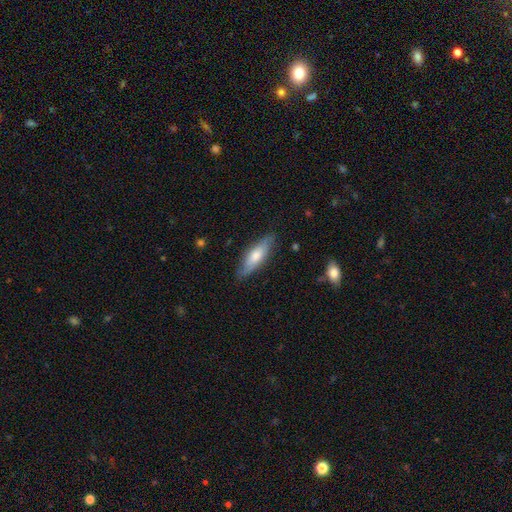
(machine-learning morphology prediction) smooth-or-featured: smooth: 61% | featured or disk: 33% | star or artifact: 6%
  how-rounded: cigar-shaped: 53% | in between: 45% | round: 2%
  merging: none: 82% | minor disturbance: 15% | major disturbance: 2% | merger: 1%